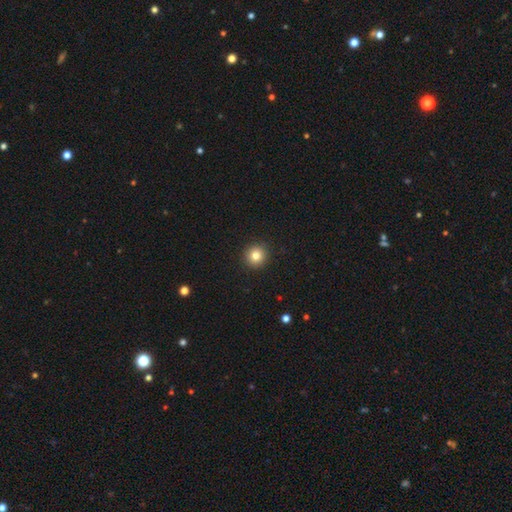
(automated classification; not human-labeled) Smooth or featured? smooth (83%)
How rounded? round (94%)
Merging? none (93%)